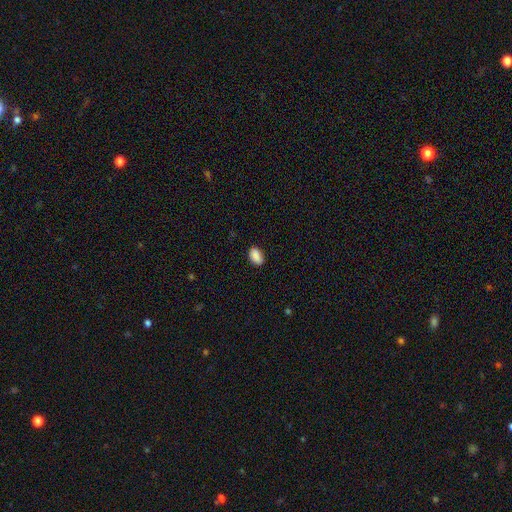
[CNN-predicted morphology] Smooth or featured? smooth (88%)
How rounded? in between (90%)
Merging? none (84%)